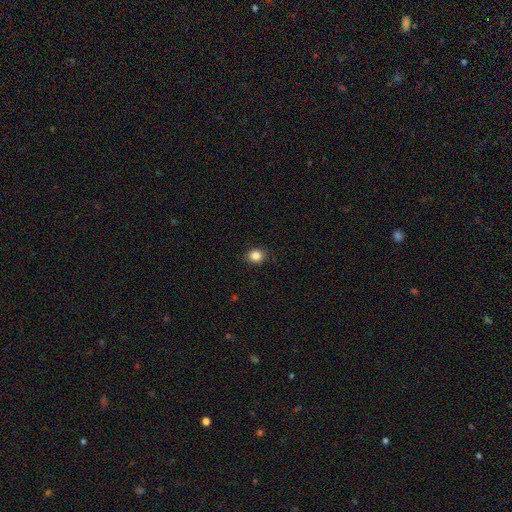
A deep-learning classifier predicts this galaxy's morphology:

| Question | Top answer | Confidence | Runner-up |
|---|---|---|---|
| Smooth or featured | smooth | 85% | star or artifact (10%) |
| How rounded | round | 70% | in between (29%) |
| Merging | none | 88% | minor disturbance (9%) |